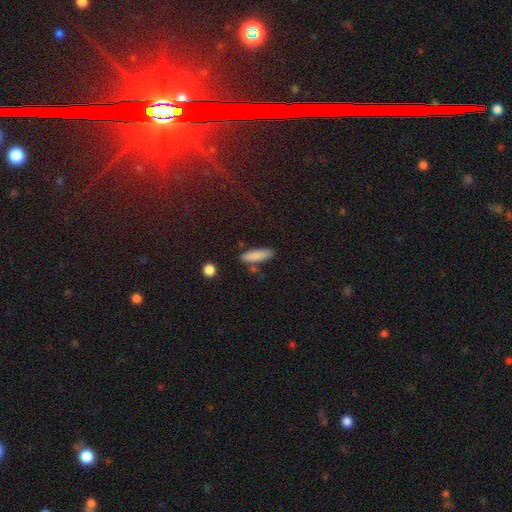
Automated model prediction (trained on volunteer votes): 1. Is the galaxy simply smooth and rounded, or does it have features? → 86% smooth, 7% featured or disk, 7% star or artifact.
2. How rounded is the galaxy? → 60% cigar-shaped, 38% in between, 2% round.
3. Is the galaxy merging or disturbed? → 79% none, 13% minor disturbance, 5% merger, 3% major disturbance.